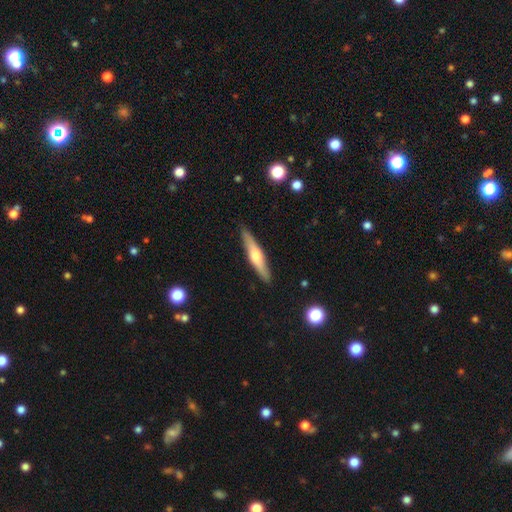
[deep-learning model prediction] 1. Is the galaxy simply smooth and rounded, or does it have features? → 52% featured or disk, 43% smooth, 5% star or artifact.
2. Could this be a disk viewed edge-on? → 93% yes, 7% no.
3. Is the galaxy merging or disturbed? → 89% none, 8% minor disturbance, 2% major disturbance, 1% merger.